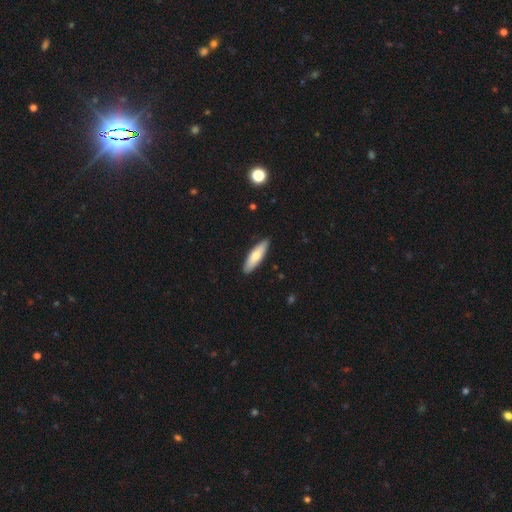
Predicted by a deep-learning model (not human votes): A smooth galaxy with no disk features (70%) that is cigar-shaped (61%).

Vote fractions:
- Smooth or featured? smooth: 70% / featured or disk: 24% / star or artifact: 5%
- How rounded? cigar-shaped: 61% / in between: 38% / round: 2%
- Merging? none: 90% / minor disturbance: 8% / major disturbance: 1% / merger: 1%